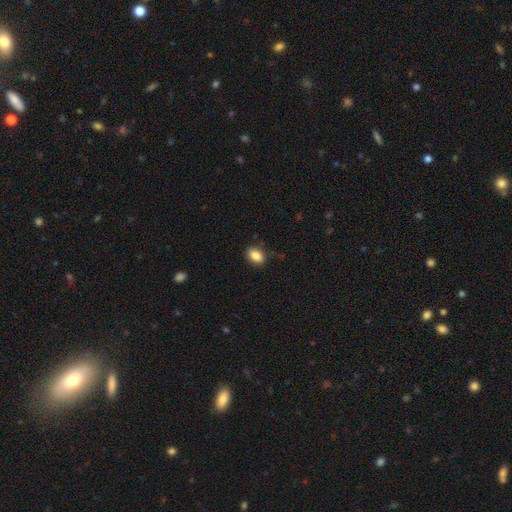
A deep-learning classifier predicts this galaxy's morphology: The model was most divided on "merging": none: 81%, minor disturbance: 14%, major disturbance: 3%, merger: 1%. More confident: smooth or featured — smooth (86%); how rounded — in between (86%).